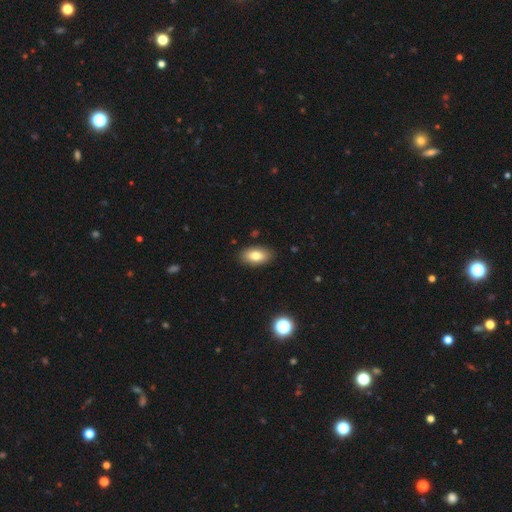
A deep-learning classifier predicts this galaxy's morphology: smooth_or_featured: smooth (p=0.80) [alt: featured or disk p=0.12]
how_rounded: in between (p=0.92) [alt: round p=0.05]
merging: none (p=0.88) [alt: minor disturbance p=0.09]